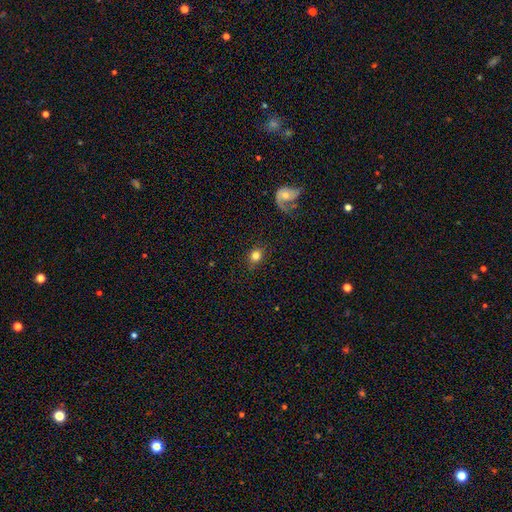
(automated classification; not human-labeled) Overall: smooth (78%). How rounded: round (75%). Merging: none (81%).